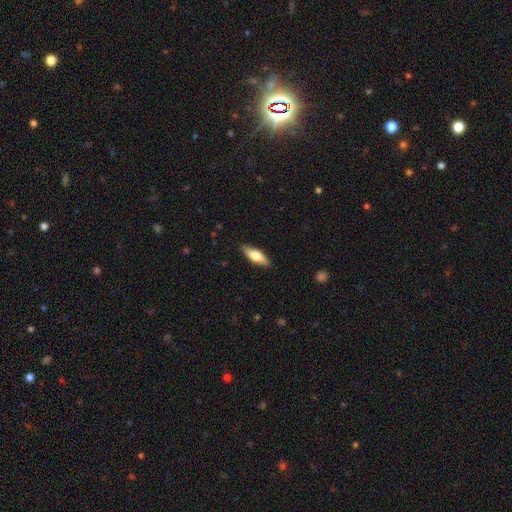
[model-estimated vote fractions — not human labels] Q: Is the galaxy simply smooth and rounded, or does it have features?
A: smooth — 69%.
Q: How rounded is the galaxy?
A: in between — 61%.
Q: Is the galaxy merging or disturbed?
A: none — 88%.